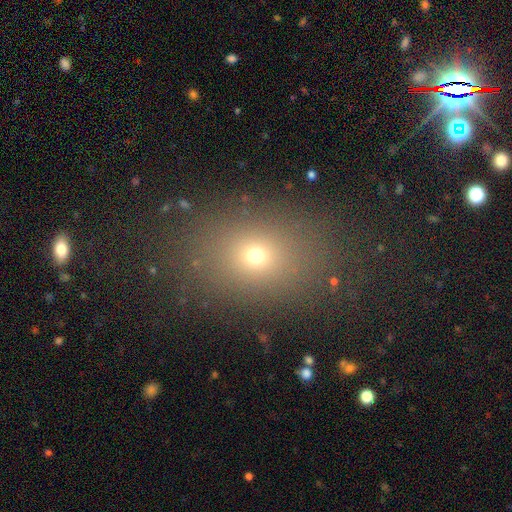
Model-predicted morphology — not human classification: smooth-or-featured: smooth: 67% | star or artifact: 22% | featured or disk: 12%
  how-rounded: in between: 60% | round: 39% | cigar-shaped: 2%
  merging: none: 81% | minor disturbance: 11% | major disturbance: 6% | merger: 3%